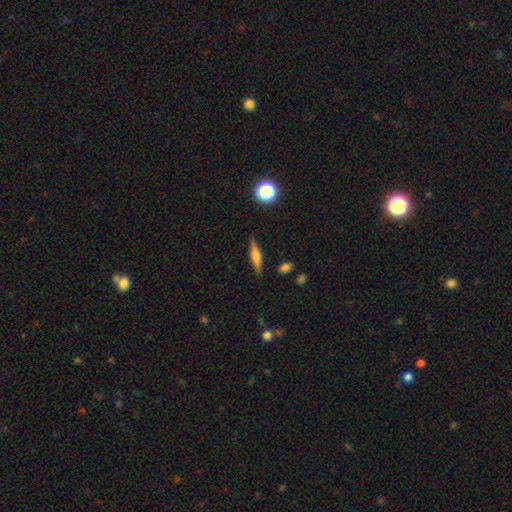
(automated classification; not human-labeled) This is possibly a smooth galaxy (49%). Merging: clearly none (87%).